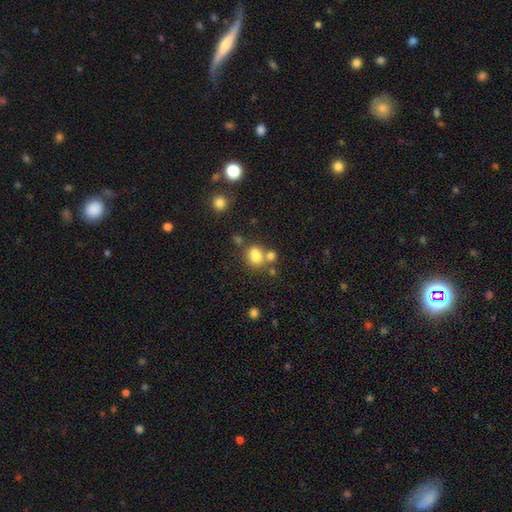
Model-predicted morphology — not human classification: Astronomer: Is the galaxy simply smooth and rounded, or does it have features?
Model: smooth — 78%.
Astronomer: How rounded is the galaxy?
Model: in between — 51% (runner-up: round, 48%).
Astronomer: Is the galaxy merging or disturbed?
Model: none — 50% (runner-up: merger, 33%).